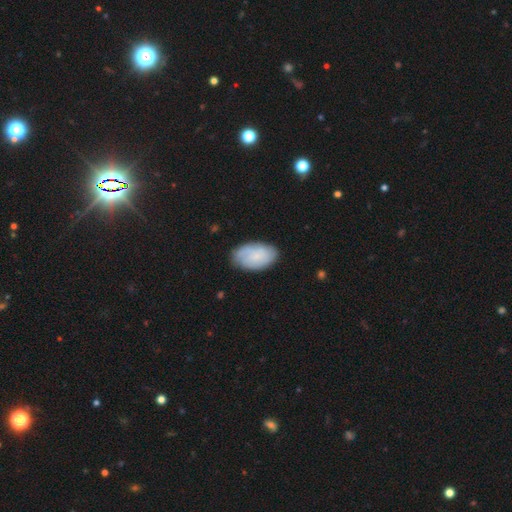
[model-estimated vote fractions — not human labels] Morphology: type=smooth (66%); roundness=in between (93%); merging=none (77%).